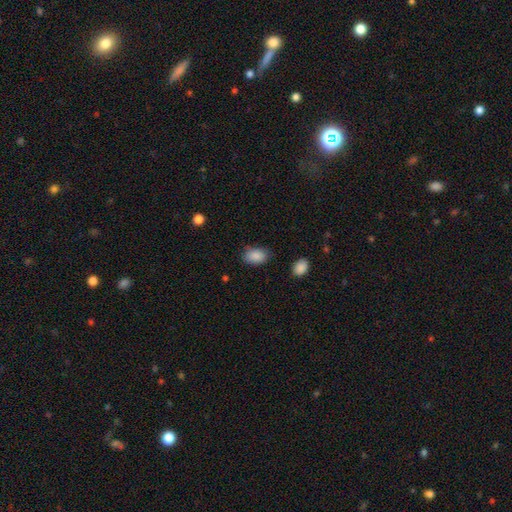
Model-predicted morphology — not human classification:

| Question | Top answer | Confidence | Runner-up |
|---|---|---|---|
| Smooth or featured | smooth | 89% | star or artifact (7%) |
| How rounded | in between | 85% | round (14%) |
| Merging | none | 80% | minor disturbance (15%) |